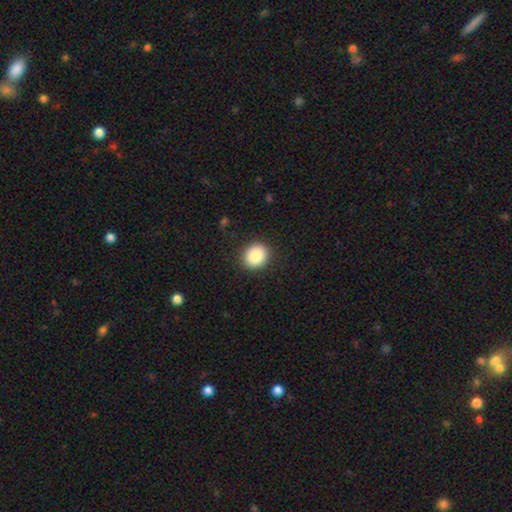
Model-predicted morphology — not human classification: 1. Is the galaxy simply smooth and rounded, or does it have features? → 88% smooth, 8% star or artifact, 4% featured or disk.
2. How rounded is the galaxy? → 79% round, 20% in between, 1% cigar-shaped.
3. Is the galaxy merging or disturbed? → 90% none, 6% minor disturbance, 2% major disturbance, 1% merger.